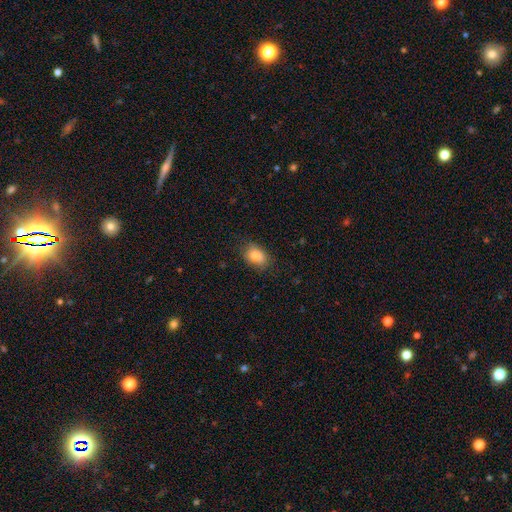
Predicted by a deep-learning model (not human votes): smooth 83%, star or artifact 9%, featured or disk 8%. Down the decision tree: how rounded — in between (73%); merging — none (80%).